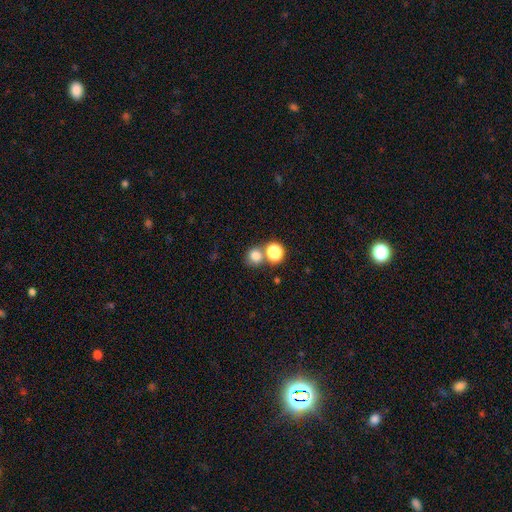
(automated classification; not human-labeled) A smooth galaxy with no disk features (78%) that is round (82%). Merging: none (58%).